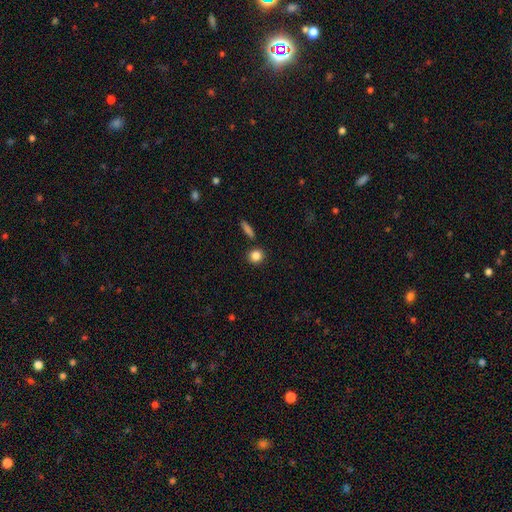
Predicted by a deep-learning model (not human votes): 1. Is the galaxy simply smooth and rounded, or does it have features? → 85% smooth, 10% star or artifact, 5% featured or disk.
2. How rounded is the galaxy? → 88% round, 10% in between, 2% cigar-shaped.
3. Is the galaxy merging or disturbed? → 85% none, 7% minor disturbance, 6% merger, 2% major disturbance.